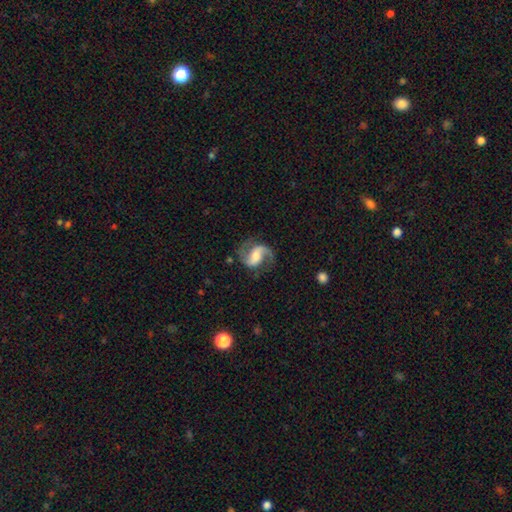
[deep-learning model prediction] Smooth or featured? Predicted: featured or disk (p=0.87). Edge-on disk? Predicted: no (p=0.98). Bar? Predicted: weak (p=0.42). Spiral arms? Predicted: yes (p=0.97). Spiral winding? Predicted: medium (p=0.50). Spiral arm count? Predicted: 2 (p=0.90). Bulge size? Predicted: moderate (p=0.53). Merging? Predicted: none (p=0.75).